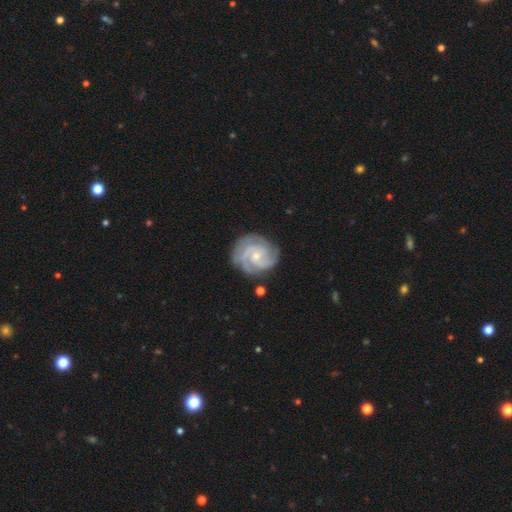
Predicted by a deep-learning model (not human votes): smooth_or_featured: featured or disk (p=0.86) [alt: smooth p=0.09]
disk_edge_on: no (p=0.98) [alt: yes p=0.02]
bar: no (p=0.63) [alt: weak p=0.32]
has_spiral_arms: yes (p=0.97) [alt: no p=0.03]
spiral_winding: tight (p=0.61) [alt: medium p=0.33]
spiral_arm_count: 3 (p=0.46) [alt: 4 p=0.16]
bulge_size: small (p=0.70) [alt: moderate p=0.26]
merging: none (p=0.76) [alt: minor disturbance p=0.17]